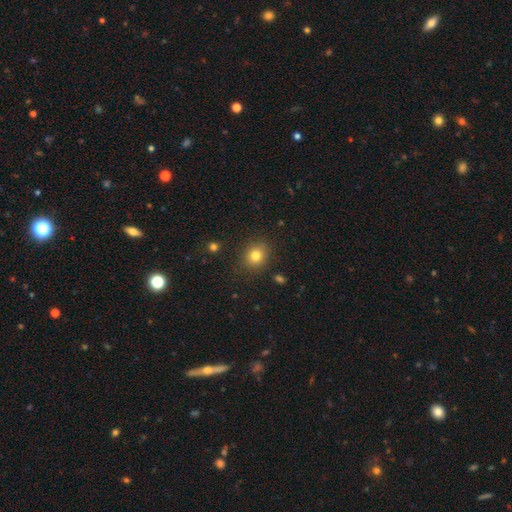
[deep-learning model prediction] Q: Smooth or featured?
A: smooth (80%); runner-up: star or artifact (12%)
Q: How rounded?
A: round (71%); runner-up: in between (28%)
Q: Merging?
A: none (86%); runner-up: minor disturbance (9%)